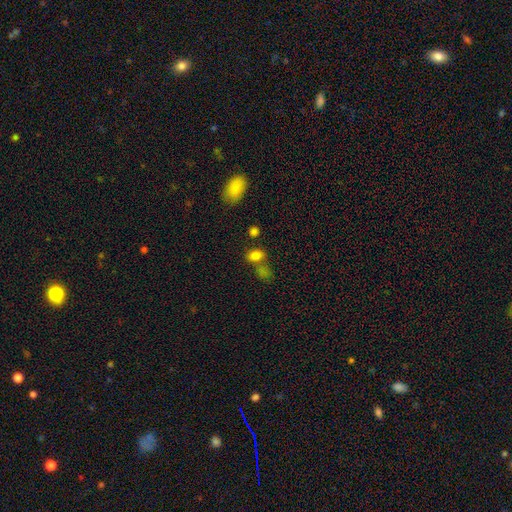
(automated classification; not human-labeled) Smooth or featured?
  - smooth: 79% *
  - star or artifact: 14%
  - featured or disk: 7%
How rounded?
  - in between: 70% *
  - round: 29%
  - cigar-shaped: 2%
Merging?
  - none: 53% *
  - merger: 28%
  - minor disturbance: 13%
  - major disturbance: 6%